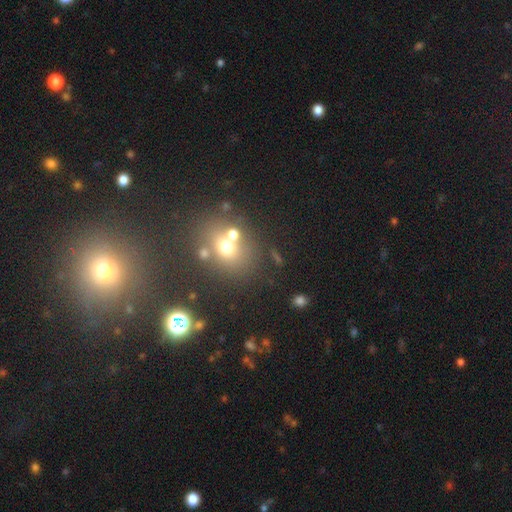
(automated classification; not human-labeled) Q: Smooth or featured?
A: star or artifact (60%); runner-up: smooth (30%)